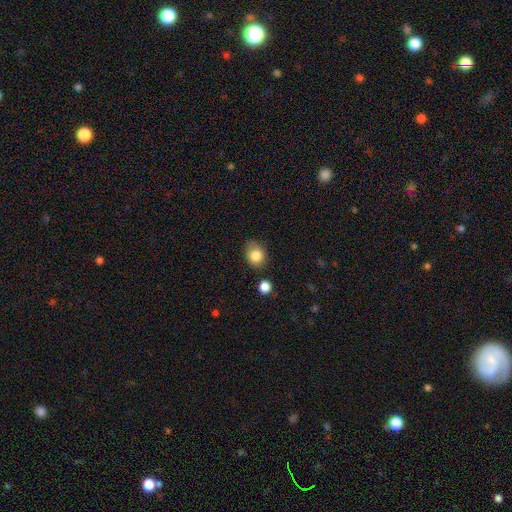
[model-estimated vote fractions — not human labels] The model was most divided on "how rounded": round: 59%, in between: 40%, cigar-shaped: 1%. More confident: smooth or featured — smooth (84%); merging — none (71%).